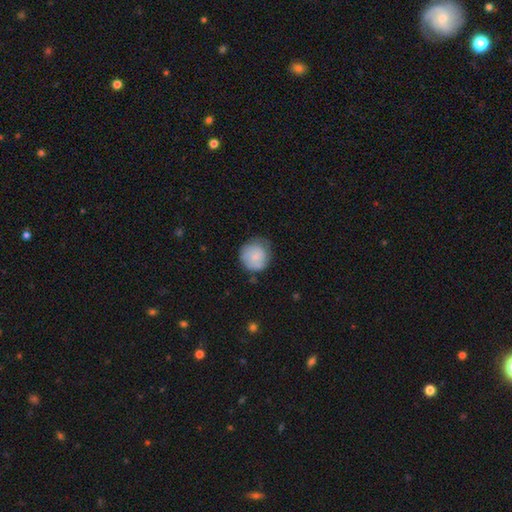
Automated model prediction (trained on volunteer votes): smooth-or-featured: smooth: 77% | featured or disk: 16% | star or artifact: 7%
  how-rounded: round: 90% | in between: 9% | cigar-shaped: 1%
  merging: none: 61% | minor disturbance: 29% | major disturbance: 8% | merger: 2%